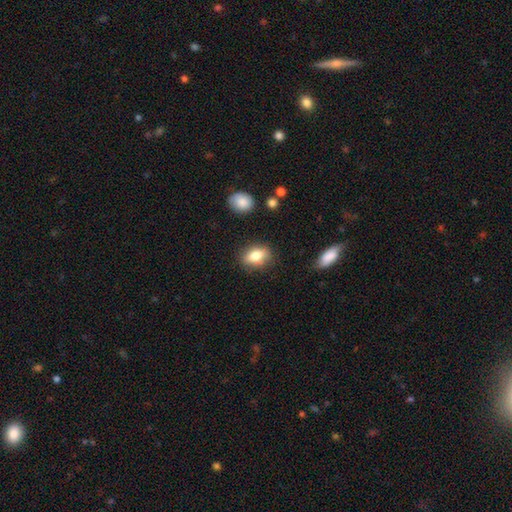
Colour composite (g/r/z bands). It shows a smooth galaxy with no disk features (82%) that is in between round and cigar-shaped (77%). Merging: none (83%).